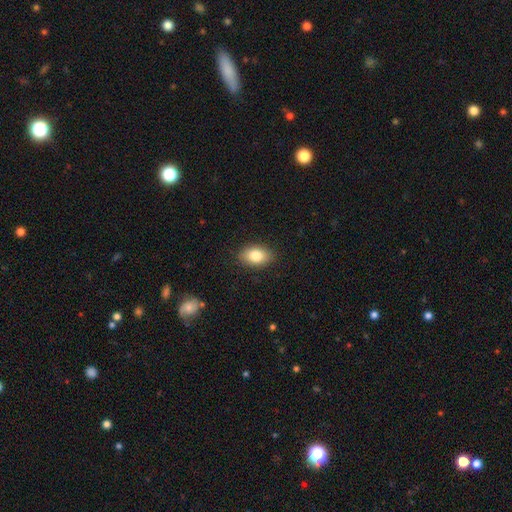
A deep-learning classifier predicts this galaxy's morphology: type=smooth (82%); roundness=in between (86%); merging=none (88%).